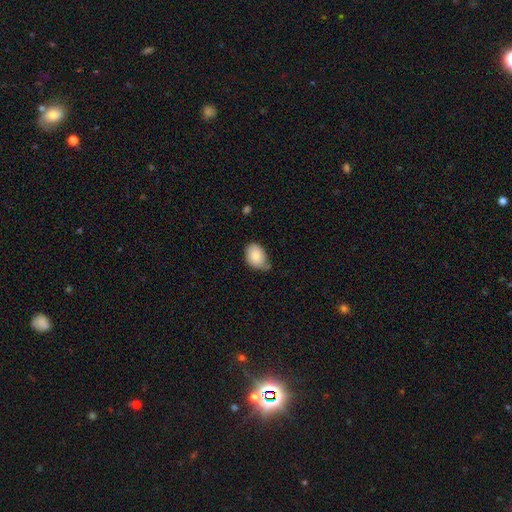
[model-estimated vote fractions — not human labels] Morphology: type=smooth (83%); roundness=in between (72%); merging=none (56%).